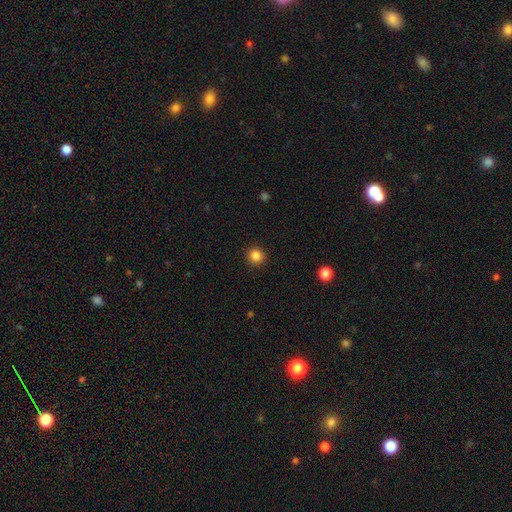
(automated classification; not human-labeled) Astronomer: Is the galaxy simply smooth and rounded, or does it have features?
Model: smooth — 85%.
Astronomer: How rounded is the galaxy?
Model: round — 94%.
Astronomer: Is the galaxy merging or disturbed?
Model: none — 92%.